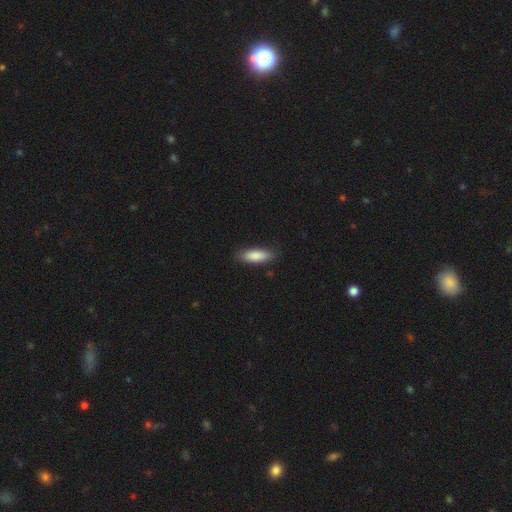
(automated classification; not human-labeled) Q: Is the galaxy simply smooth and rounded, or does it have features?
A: smooth — 85%.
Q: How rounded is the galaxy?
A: in between — 57%.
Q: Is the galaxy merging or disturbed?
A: none — 85%.